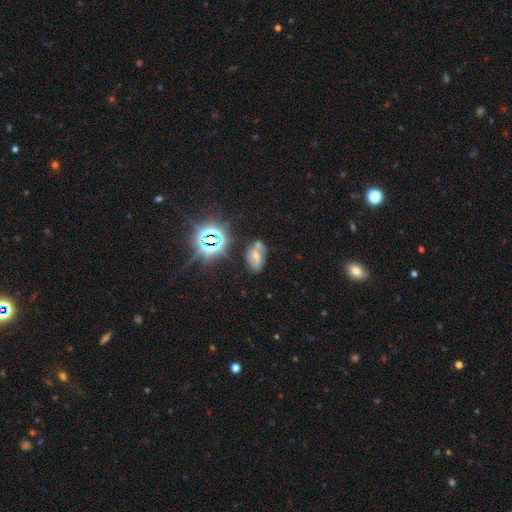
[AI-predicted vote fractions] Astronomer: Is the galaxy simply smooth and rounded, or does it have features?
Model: featured or disk — 51%.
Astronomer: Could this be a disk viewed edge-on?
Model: no — 95%.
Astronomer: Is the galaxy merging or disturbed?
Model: none — 55%.